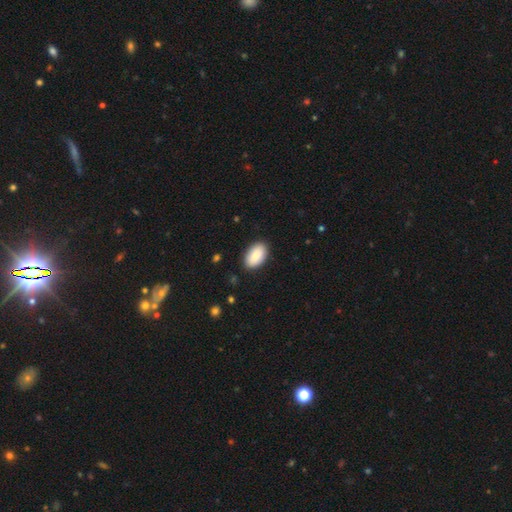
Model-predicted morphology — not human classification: Smooth or featured? Predicted: smooth (p=0.86). How rounded? Predicted: in between (p=0.94). Merging? Predicted: none (p=0.88).